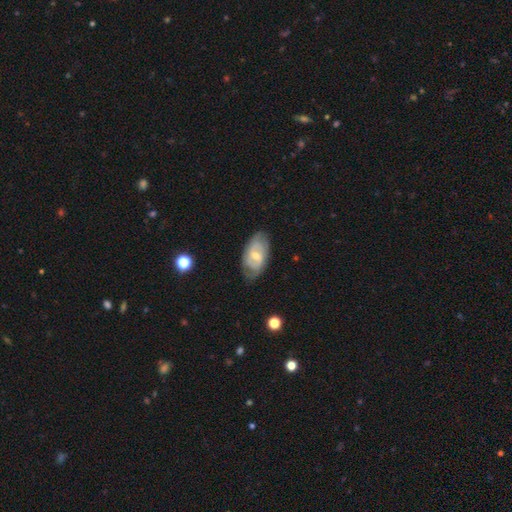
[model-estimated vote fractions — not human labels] smooth-or-featured: featured or disk: 66% | smooth: 28% | star or artifact: 6%
  disk-edge-on: no: 94% | yes: 6%
    bar: weak: 52% | no: 36% | strong: 13%
    has-spiral-arms: yes: 82% | no: 18%
      spiral-winding: tight: 49% | medium: 38% | loose: 14%
      spiral-arm-count: 2: 55% | can't tell: 31% | 3: 7% | 1: 3% | 4: 2% | more than 4: 2%
    bulge-size: moderate: 52% | small: 44% | large: 2% | none: 2% | dominant: 1%
  merging: none: 70% | minor disturbance: 23% | major disturbance: 6% | merger: 1%